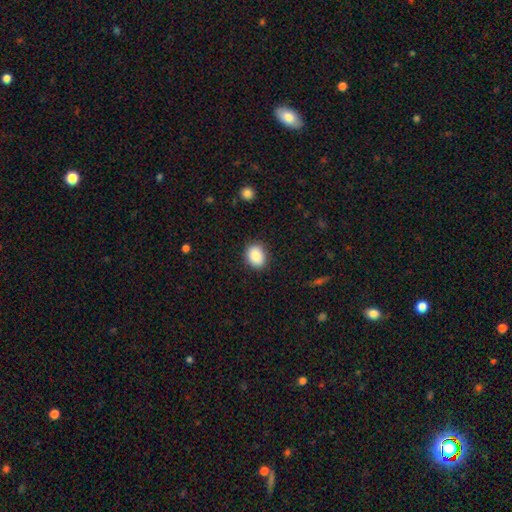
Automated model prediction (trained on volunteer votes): This appears to be a smooth galaxy with no disk features (88%) that is in between round and cigar-shaped (60%). Merging: none (87%).